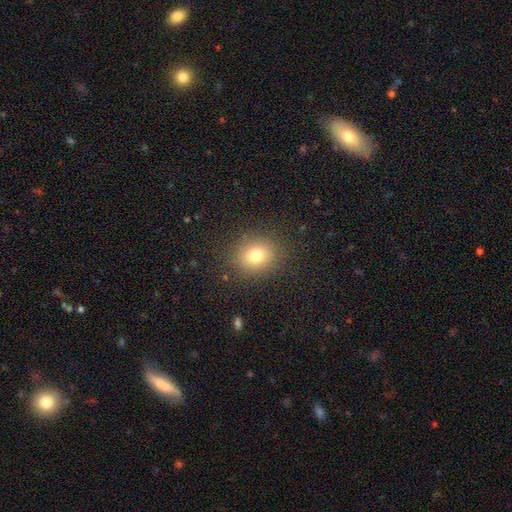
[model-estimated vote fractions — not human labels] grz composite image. It shows a smooth galaxy with no disk features (77%) that is round (72%). Merging: none (87%).